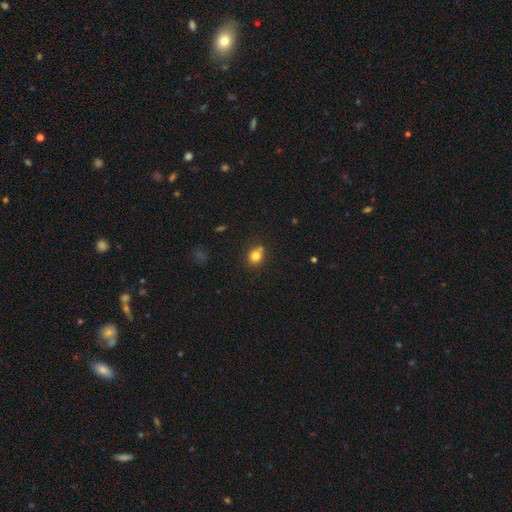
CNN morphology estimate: The model was most divided on "how rounded": round: 71%, in between: 28%, cigar-shaped: 1%. More confident: smooth or featured — smooth (79%); merging — none (69%).